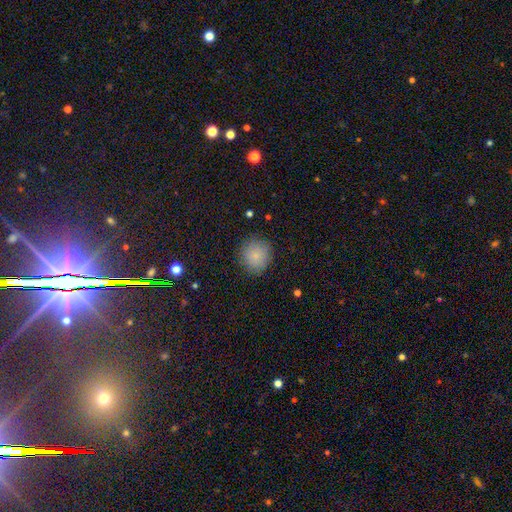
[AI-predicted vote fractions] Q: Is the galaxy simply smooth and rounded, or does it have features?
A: smooth — 84%.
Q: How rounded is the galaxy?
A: round — 90%.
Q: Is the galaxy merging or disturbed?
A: none — 87%.